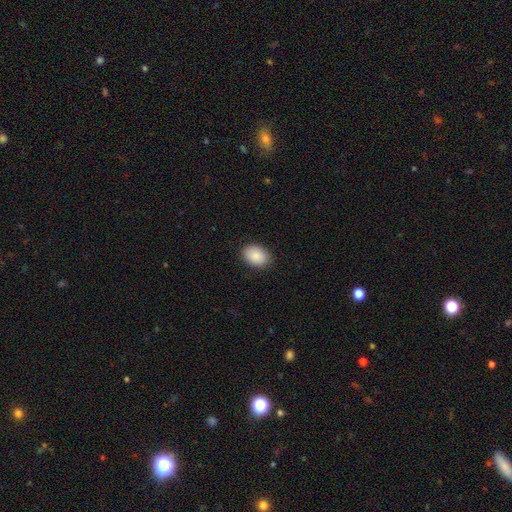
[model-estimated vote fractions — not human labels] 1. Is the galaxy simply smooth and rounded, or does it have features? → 89% smooth, 7% star or artifact, 4% featured or disk.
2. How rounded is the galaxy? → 80% in between, 19% round, 1% cigar-shaped.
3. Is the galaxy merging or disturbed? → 88% none, 9% minor disturbance, 2% major disturbance, 1% merger.